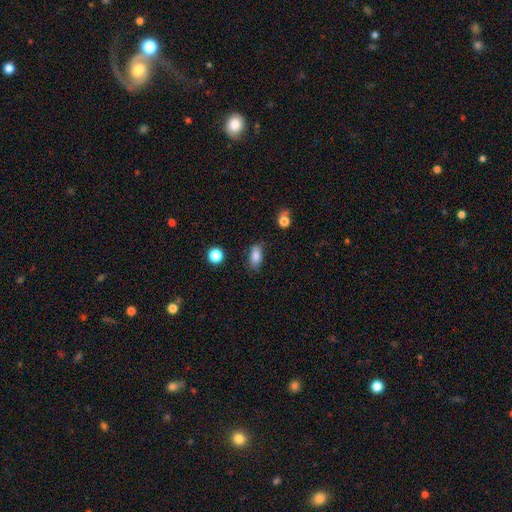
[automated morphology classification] type=smooth (82%); roundness=in between (85%); merging=none (74%).